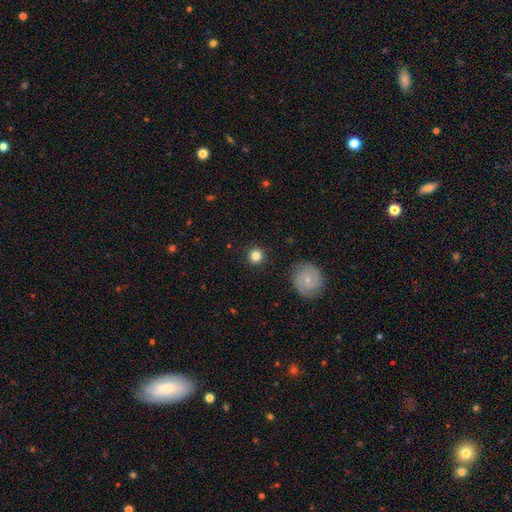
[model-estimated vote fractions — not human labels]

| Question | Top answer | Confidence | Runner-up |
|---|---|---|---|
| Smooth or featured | smooth | 81% | featured or disk (10%) |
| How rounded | round | 95% | in between (4%) |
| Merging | none | 90% | minor disturbance (6%) |